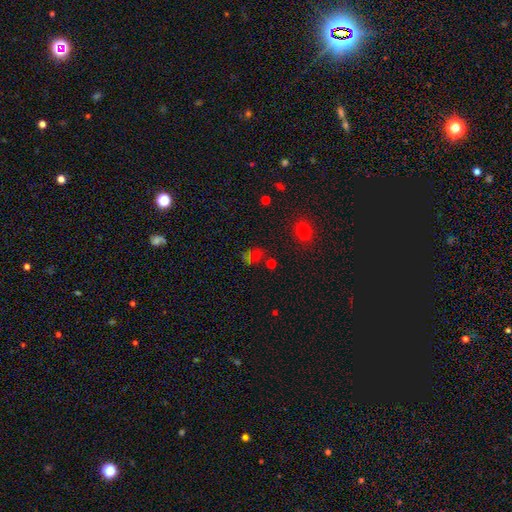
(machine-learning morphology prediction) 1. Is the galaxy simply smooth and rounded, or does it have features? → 54% smooth, 35% star or artifact, 11% featured or disk.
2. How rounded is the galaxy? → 51% in between, 46% round, 2% cigar-shaped.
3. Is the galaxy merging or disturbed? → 62% none, 16% minor disturbance, 12% merger, 11% major disturbance.